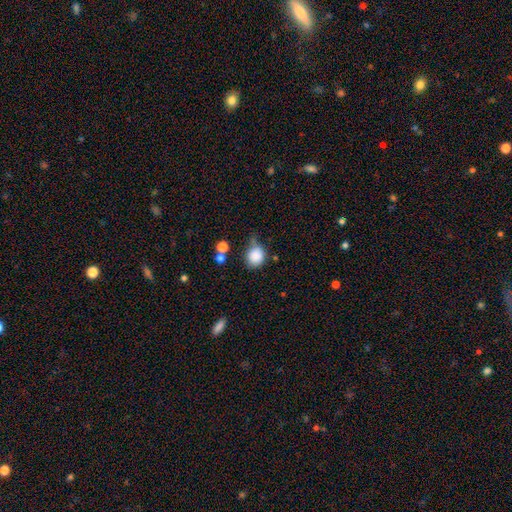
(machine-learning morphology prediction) smooth_or_featured: smooth (p=0.84) [alt: star or artifact p=0.10]
how_rounded: round (p=0.80) [alt: in between p=0.19]
merging: none (p=0.49) [alt: minor disturbance p=0.31]